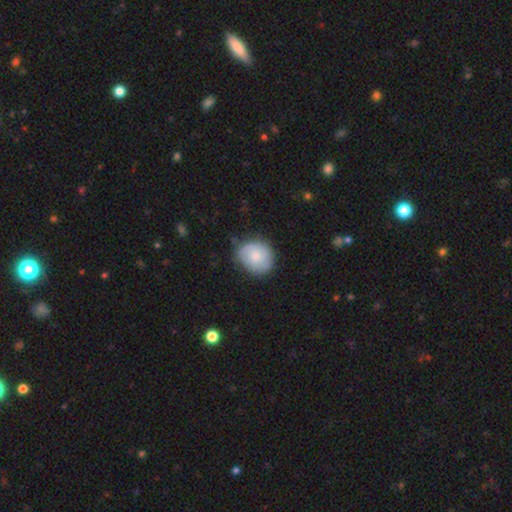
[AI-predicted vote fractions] smooth-or-featured: featured or disk: 50% | smooth: 44% | star or artifact: 6%
  disk-edge-on: no: 98% | yes: 2%
  merging: none: 72% | minor disturbance: 21% | major disturbance: 5% | merger: 1%